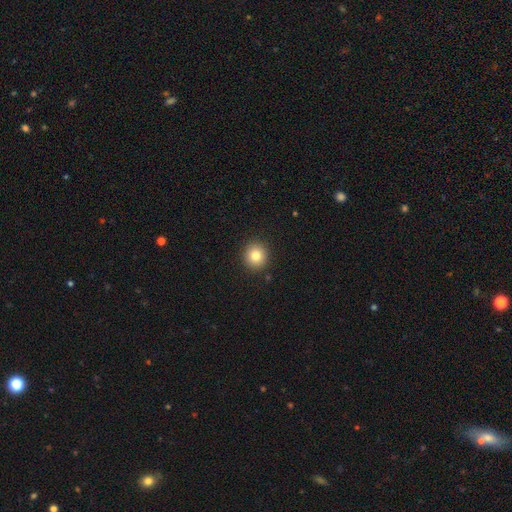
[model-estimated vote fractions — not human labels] The model was most divided on "smooth or featured": smooth: 82%, star or artifact: 10%, featured or disk: 8%. More confident: how rounded — round (91%); merging — none (91%).